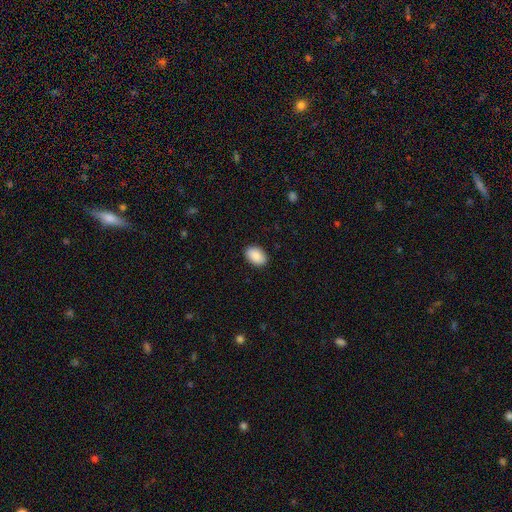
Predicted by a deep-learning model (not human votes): This appears to be a smooth galaxy with no disk features (90%) that is in between round and cigar-shaped (89%). Merging: none (89%).